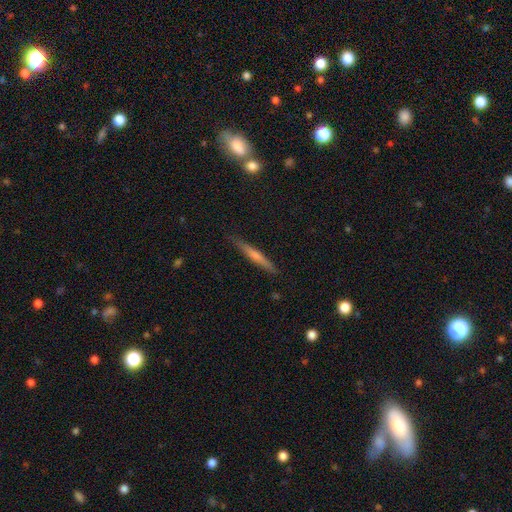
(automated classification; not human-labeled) Overall: smooth (49%; featured or disk 45%). Merging: none (88%).